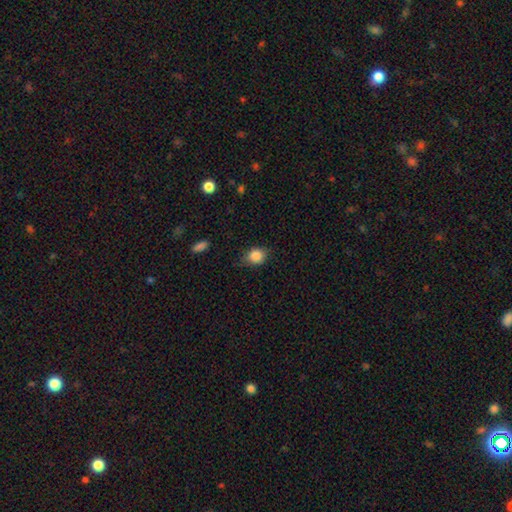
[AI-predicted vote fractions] smooth-or-featured: smooth: 85% | star or artifact: 9% | featured or disk: 6%
  how-rounded: round: 68% | in between: 31% | cigar-shaped: 1%
  merging: none: 70% | minor disturbance: 24% | major disturbance: 5% | merger: 1%